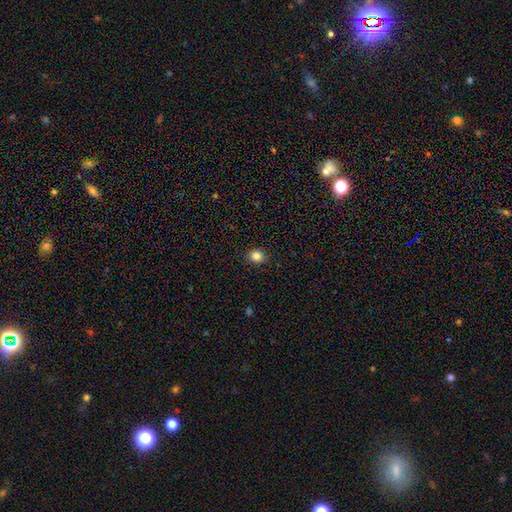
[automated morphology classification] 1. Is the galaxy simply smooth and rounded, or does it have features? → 84% smooth, 11% star or artifact, 5% featured or disk.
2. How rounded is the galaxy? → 70% round, 29% in between, 1% cigar-shaped.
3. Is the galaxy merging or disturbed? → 90% none, 7% minor disturbance, 2% major disturbance, 1% merger.